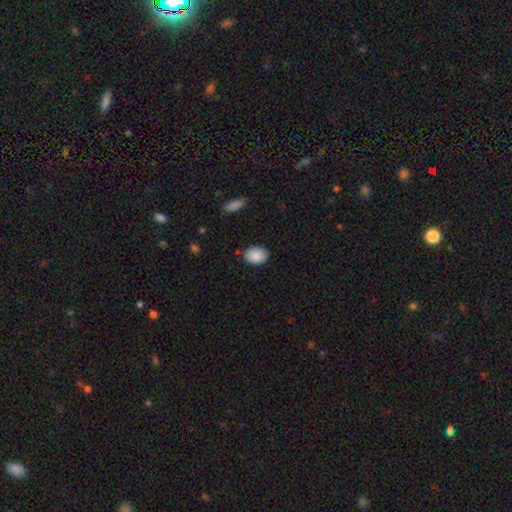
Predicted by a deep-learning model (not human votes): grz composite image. It shows a smooth galaxy with no disk features (89%) that is in between round and cigar-shaped (87%). Merging: none (84%).